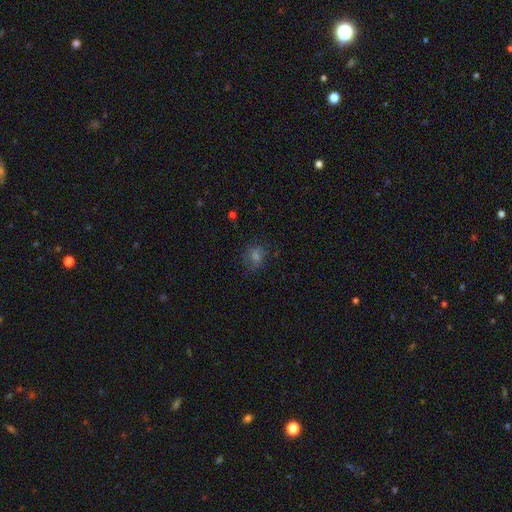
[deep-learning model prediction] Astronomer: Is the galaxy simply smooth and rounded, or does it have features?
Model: smooth — 56%.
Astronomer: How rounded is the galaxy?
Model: round — 65%.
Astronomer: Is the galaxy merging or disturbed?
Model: none — 74%.